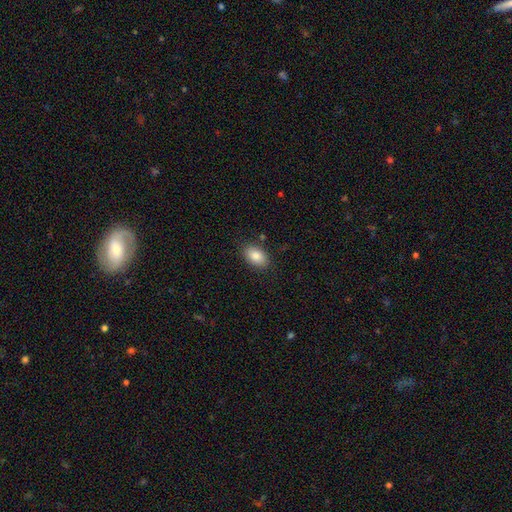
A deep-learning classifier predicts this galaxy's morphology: smooth_or_featured: smooth (p=0.86) [alt: star or artifact p=0.07]
how_rounded: in between (p=0.91) [alt: round p=0.08]
merging: none (p=0.85) [alt: minor disturbance p=0.10]